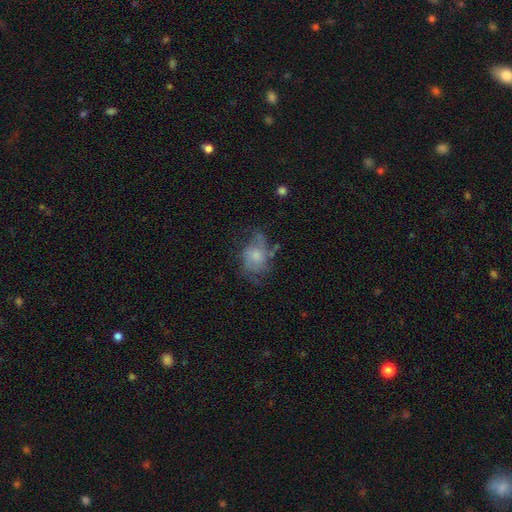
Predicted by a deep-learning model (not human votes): A featured or disk galaxy (54%) with no bar (78%), spiral arms (73%) and a moderate central bulge (40%). Merging: none (44%).